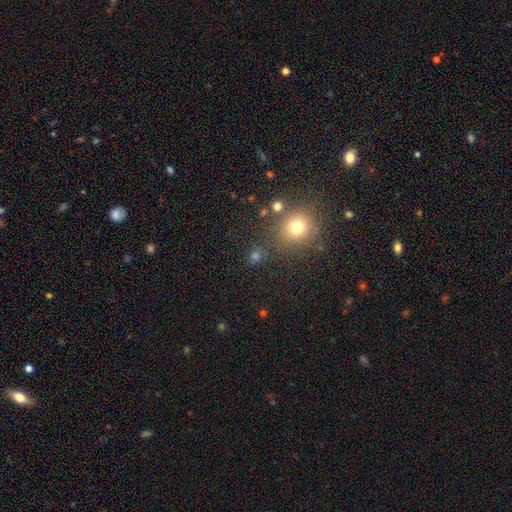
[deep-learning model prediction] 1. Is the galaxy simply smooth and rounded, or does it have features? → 64% smooth, 29% star or artifact, 7% featured or disk.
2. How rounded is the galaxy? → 83% round, 16% in between, 1% cigar-shaped.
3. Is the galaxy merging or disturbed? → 78% none, 9% minor disturbance, 9% merger, 4% major disturbance.